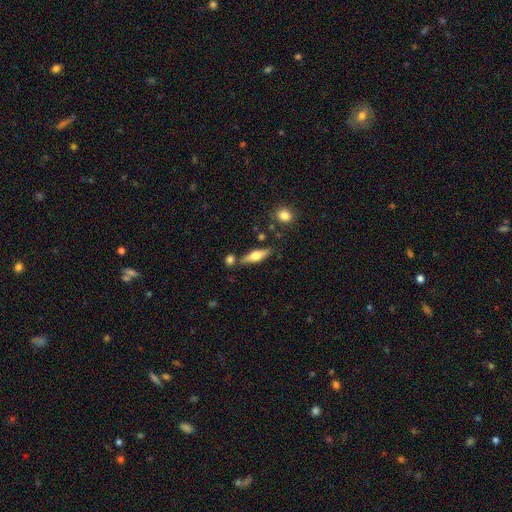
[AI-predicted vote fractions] Smooth or featured: featured or disk — 47% (smooth — 46%)
Merging: none — 74% (minor disturbance — 12%)